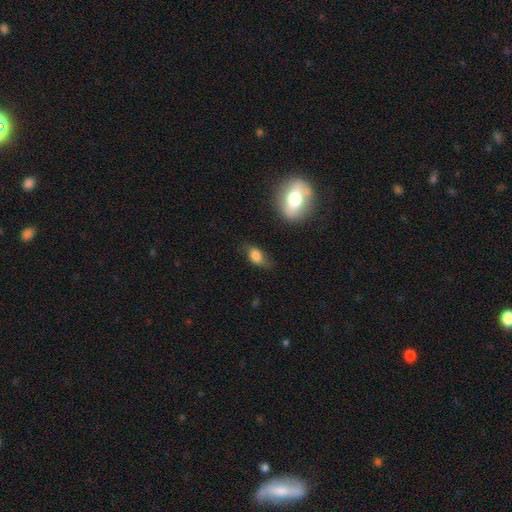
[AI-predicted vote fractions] smooth 72%, featured or disk 18%, star or artifact 10%. Down the decision tree: how rounded — in between (83%); merging — none (58%).